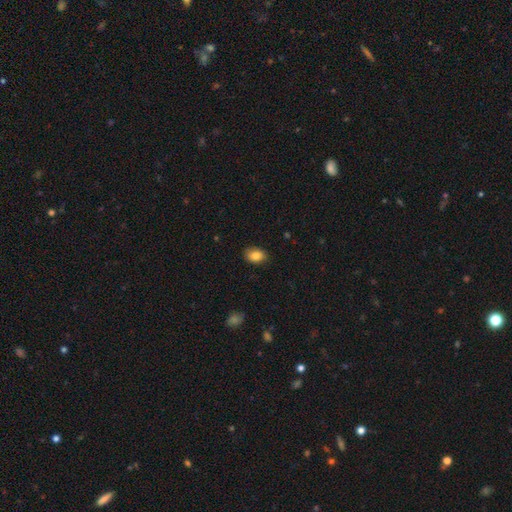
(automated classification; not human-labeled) This is clearly a smooth galaxy (84%). How rounded: clearly in between (80%). Merging: clearly none (87%).